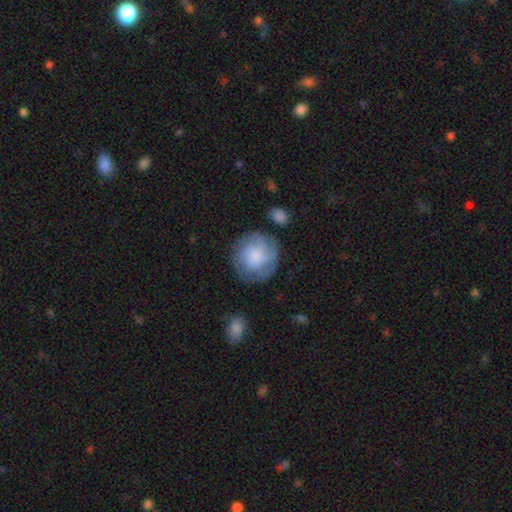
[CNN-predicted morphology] Smooth or featured? Predicted: smooth (p=0.56). How rounded? Predicted: round (p=0.89). Merging? Predicted: none (p=0.71).